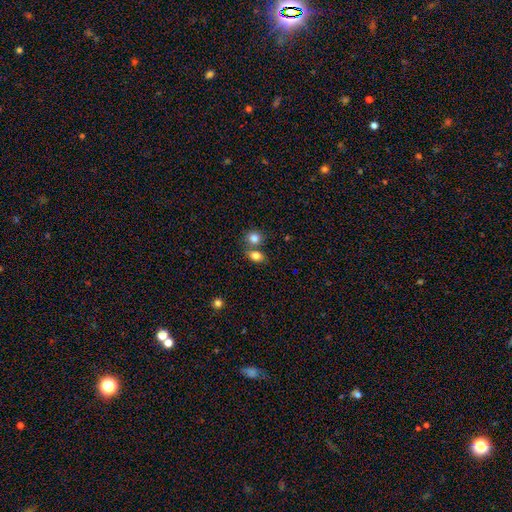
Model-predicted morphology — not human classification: smooth_or_featured: smooth (p=0.81) [alt: star or artifact p=0.10]
how_rounded: in between (p=0.66) [alt: round p=0.33]
merging: none (p=0.49) [alt: merger p=0.38]